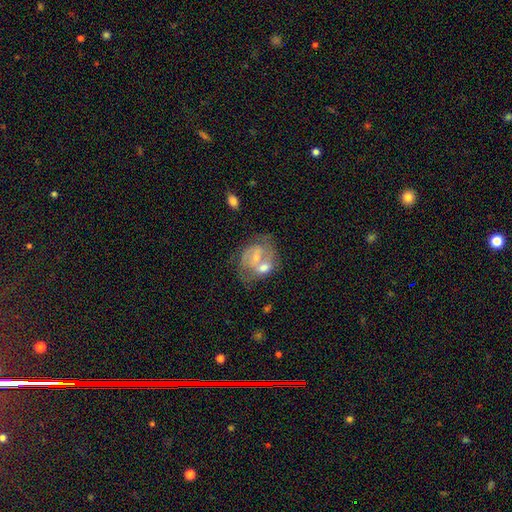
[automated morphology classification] This is possibly a featured or disk galaxy (58%). It is clearly not viewed edge-on (97%). Bar: likely no (61%). Spiral arm pattern: possibly yes (55%). Central bulge: possibly moderate (45%). Merging: possibly merger (56%).